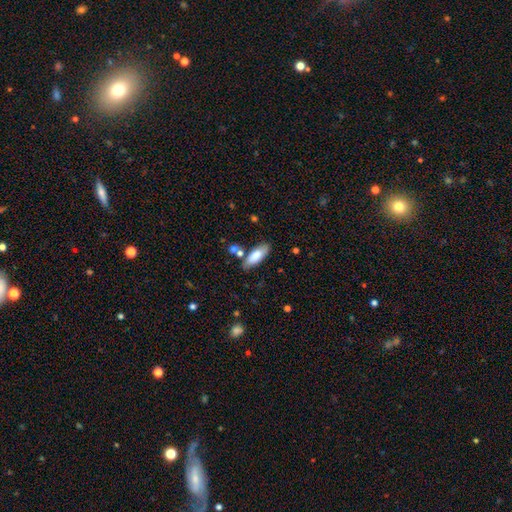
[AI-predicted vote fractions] Smooth or featured: smooth — 79% (featured or disk — 14%)
How rounded: in between — 71% (cigar-shaped — 27%)
Merging: none — 75% (minor disturbance — 15%)